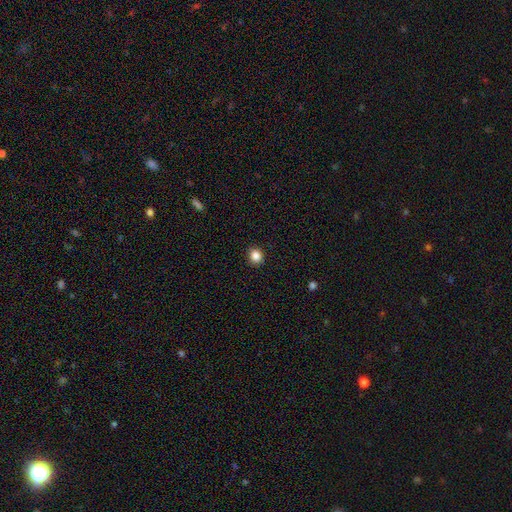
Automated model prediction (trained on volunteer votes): Smooth or featured? Predicted: smooth (p=0.86). How rounded? Predicted: round (p=0.77). Merging? Predicted: none (p=0.91).